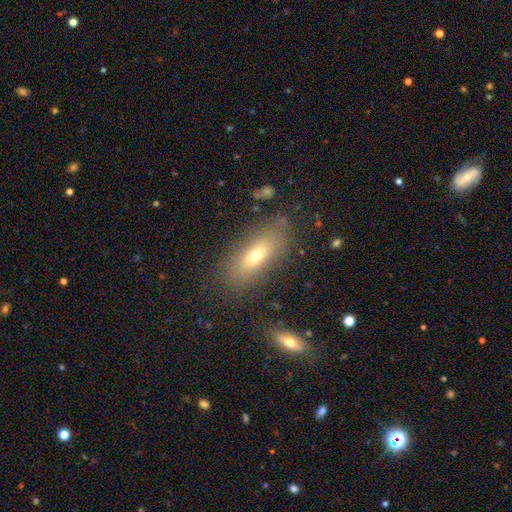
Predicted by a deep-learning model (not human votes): The model was most divided on "how rounded": in between: 66%, cigar-shaped: 29%, round: 5%. More confident: merging — none (80%); smooth or featured — smooth (65%).